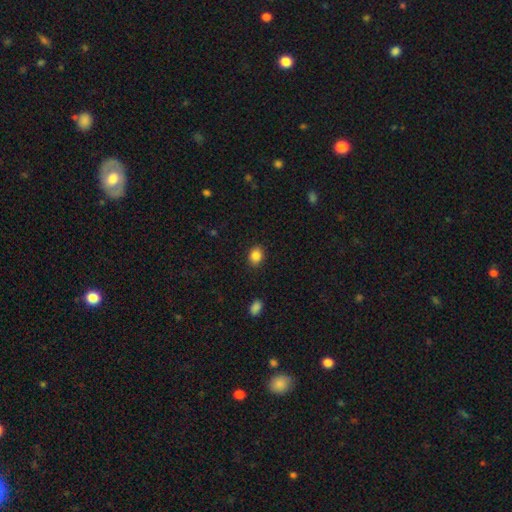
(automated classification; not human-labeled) A smooth galaxy with no disk features (86%) that is in between round and cigar-shaped (55%). Merging: none (88%).